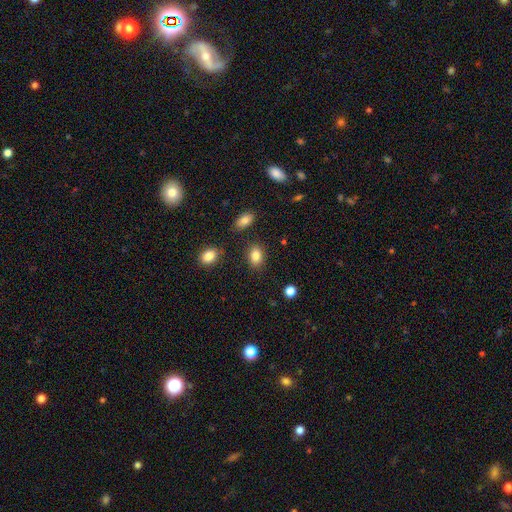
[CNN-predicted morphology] The model was most divided on "how rounded": in between: 77%, round: 22%, cigar-shaped: 1%. More confident: smooth or featured — smooth (84%); merging — none (84%).